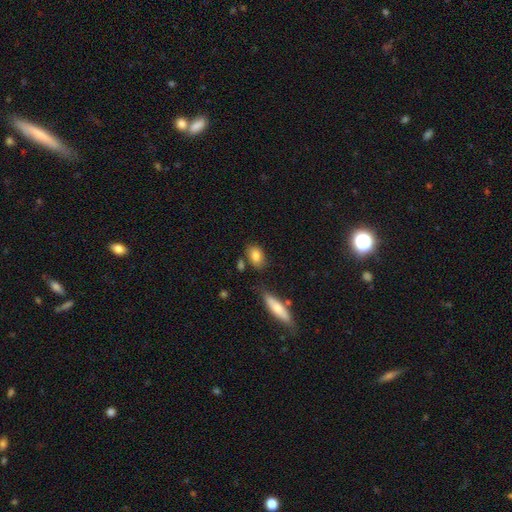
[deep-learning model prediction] This appears to be a smooth galaxy with no disk features (82%) that is in between round and cigar-shaped (80%). Merging: none (71%).